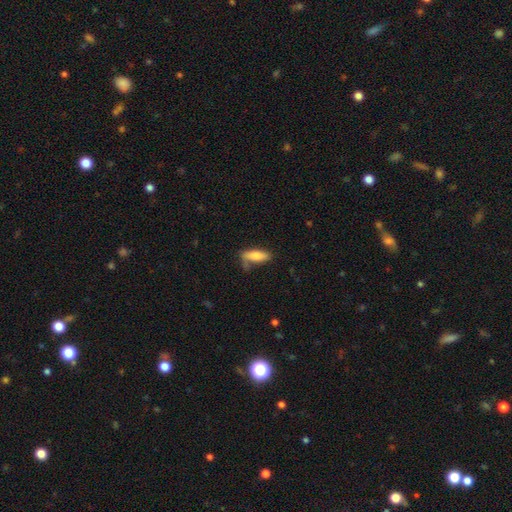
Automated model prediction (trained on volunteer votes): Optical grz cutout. It shows a smooth galaxy with no disk features (83%) that is in between round and cigar-shaped (58%). Merging: none (58%).